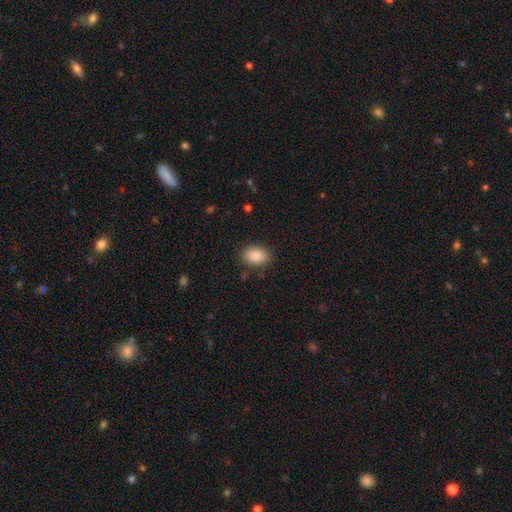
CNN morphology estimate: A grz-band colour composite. It shows a smooth galaxy with no disk features (88%) that is in between round and cigar-shaped (84%). Merging: none (86%).